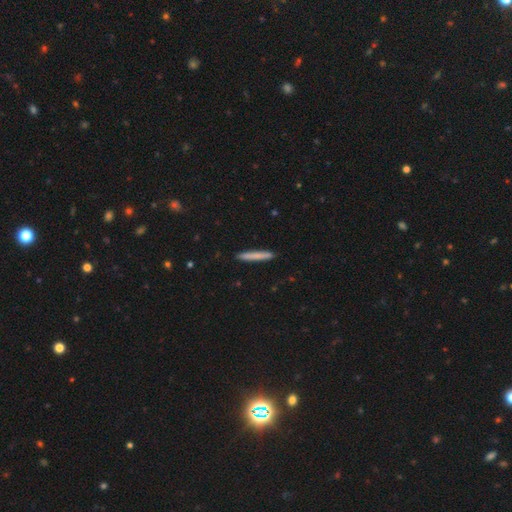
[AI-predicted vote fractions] The model was most divided on "smooth or featured": smooth: 76%, featured or disk: 18%, star or artifact: 6%. More confident: how rounded — cigar-shaped (96%); merging — none (92%).